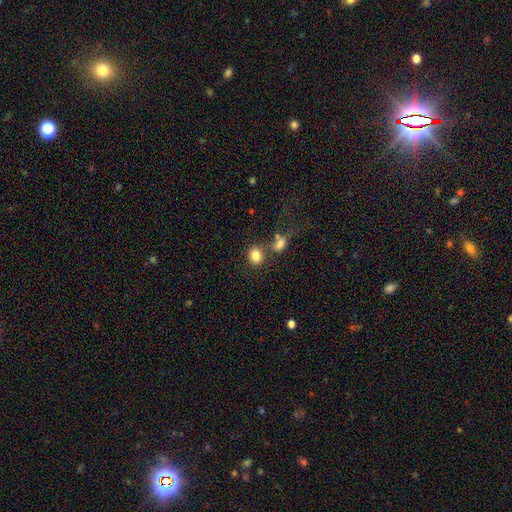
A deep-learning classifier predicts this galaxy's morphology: Smooth or featured? smooth (83%)
How rounded? round (64%)
Merging? none (63%)